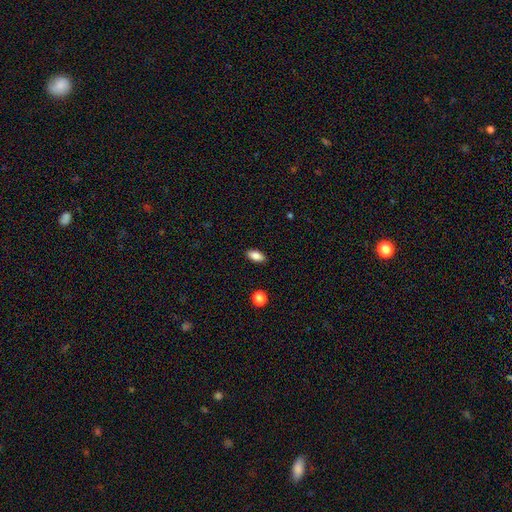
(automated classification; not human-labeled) Smooth or featured? smooth (85%)
How rounded? in between (89%)
Merging? none (89%)